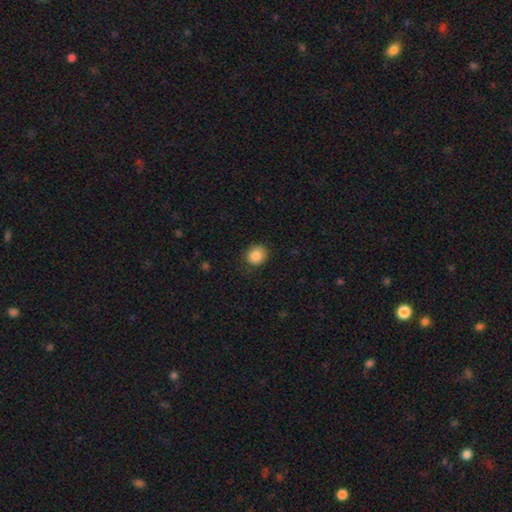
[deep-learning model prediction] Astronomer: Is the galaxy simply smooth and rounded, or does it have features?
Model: smooth — 87%.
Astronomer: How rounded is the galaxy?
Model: round — 77%.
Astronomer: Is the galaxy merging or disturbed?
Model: none — 84%.